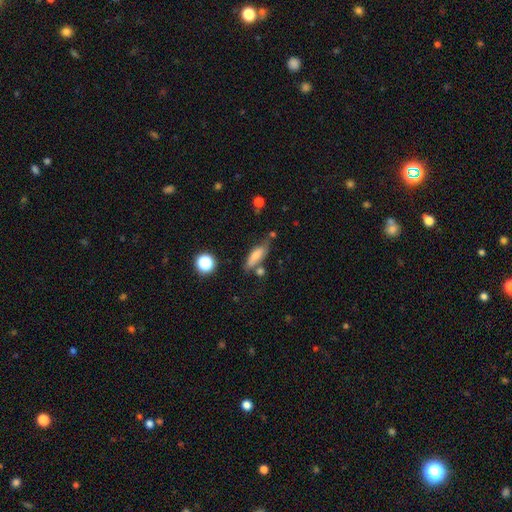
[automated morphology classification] This is likely a smooth galaxy (70%). How rounded: possibly in between (52%). Merging: likely none (60%).